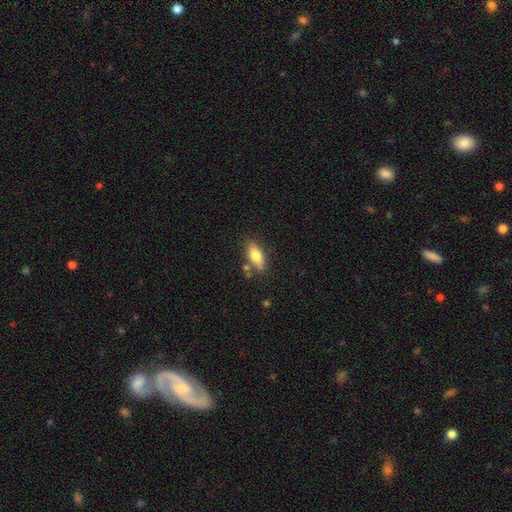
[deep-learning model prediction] Smooth or featured? Predicted: smooth (p=0.73). How rounded? Predicted: in between (p=0.71). Merging? Predicted: none (p=0.75).